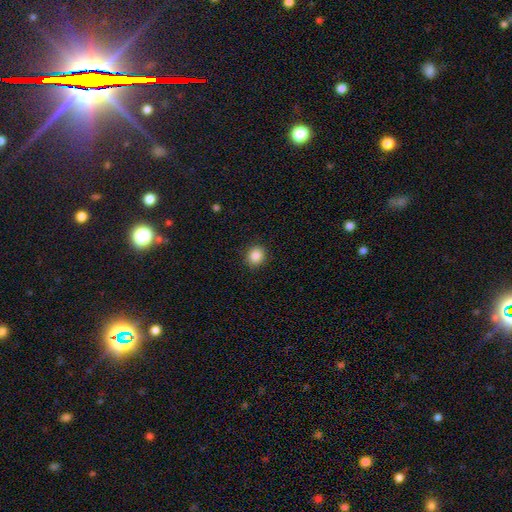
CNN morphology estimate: This appears to be a smooth galaxy with no disk features (86%) that is round (79%). Merging: none (90%).